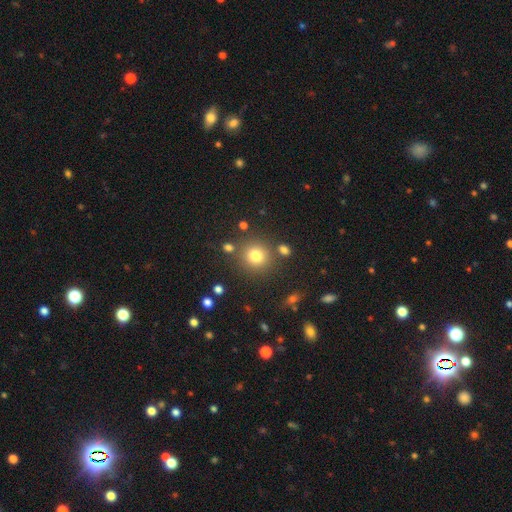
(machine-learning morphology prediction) type=smooth (78%); roundness=round (91%); merging=none (81%).